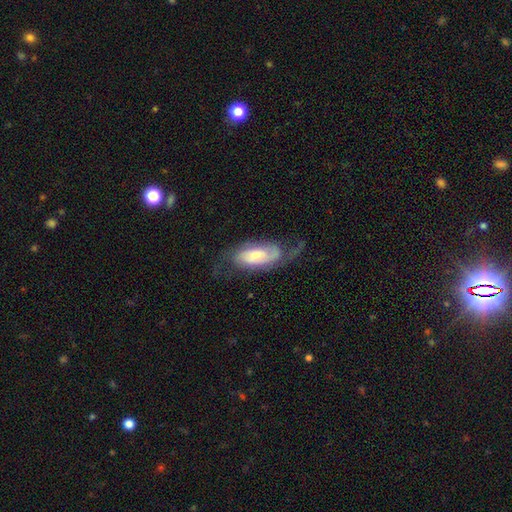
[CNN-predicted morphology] A featured or disk galaxy (71%) with no bar (61%), 2 (60%) medium (39%) spiral arms (90%) and a moderate central bulge (43%). Merging: none (56%).